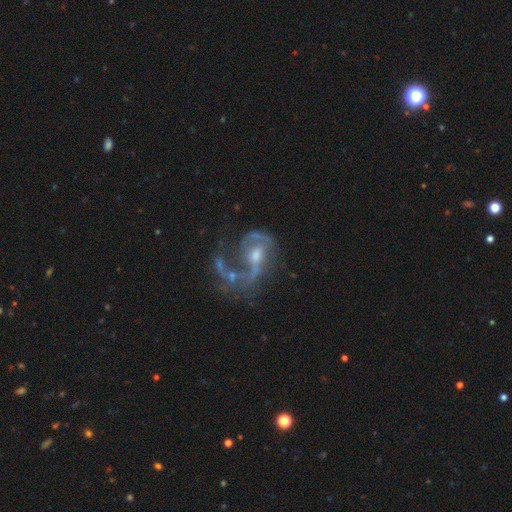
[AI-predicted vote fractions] Smooth or featured? Predicted: featured or disk (p=0.84). Edge-on disk? Predicted: no (p=0.98). Bar? Predicted: no (p=0.45). Spiral arms? Predicted: yes (p=0.85). Spiral winding? Predicted: loose (p=0.51). Spiral arm count? Predicted: 2 (p=0.58). Bulge size? Predicted: moderate (p=0.53). Merging? Predicted: major disturbance (p=0.35).